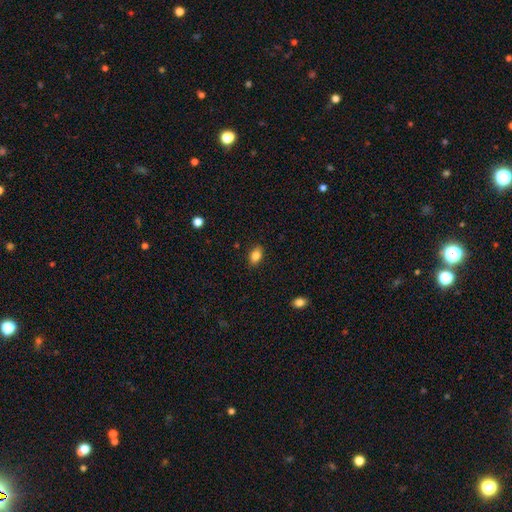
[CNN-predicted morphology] type=smooth (85%); roundness=in between (85%); merging=none (87%).